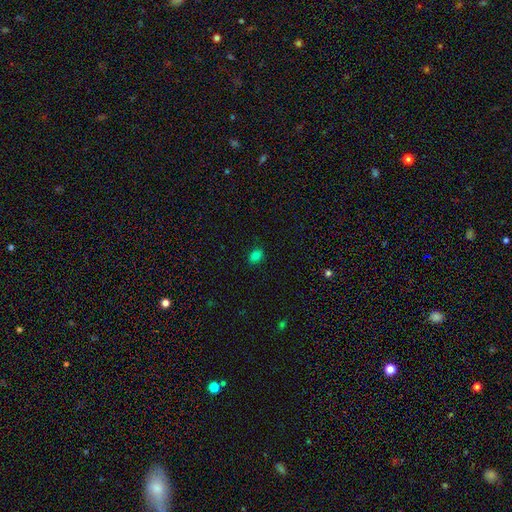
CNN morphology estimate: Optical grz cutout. It shows a smooth galaxy with no disk features (81%) that is in between round and cigar-shaped (60%). Merging: none (87%).